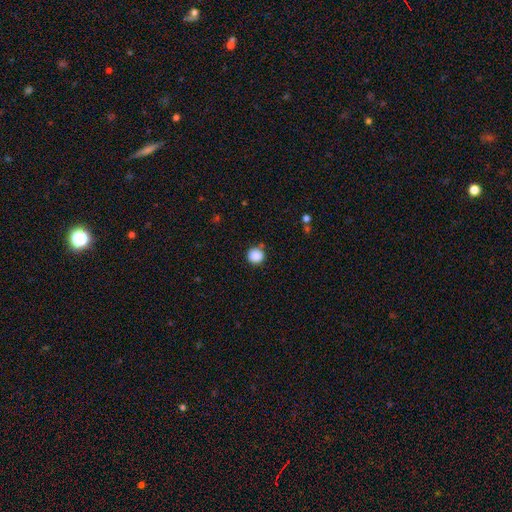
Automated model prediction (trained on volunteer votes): This appears to be a smooth galaxy with no disk features (88%) that is round (93%). Merging: none (85%).